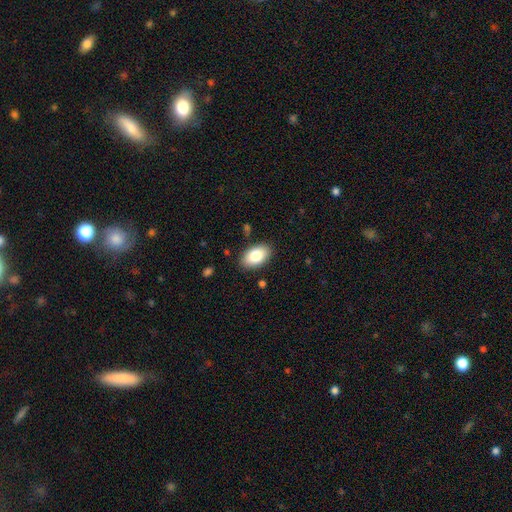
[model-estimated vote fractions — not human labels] Smooth or featured? Predicted: smooth (p=0.83). How rounded? Predicted: in between (p=0.93). Merging? Predicted: none (p=0.87).